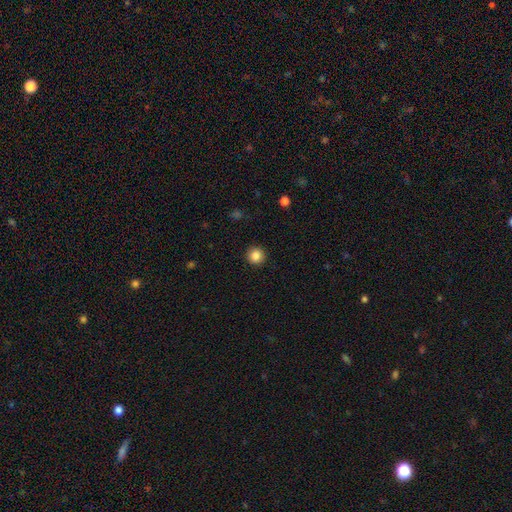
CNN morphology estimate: Q: Smooth or featured?
A: smooth (86%); runner-up: star or artifact (10%)
Q: How rounded?
A: round (94%); runner-up: in between (5%)
Q: Merging?
A: none (92%); runner-up: minor disturbance (5%)